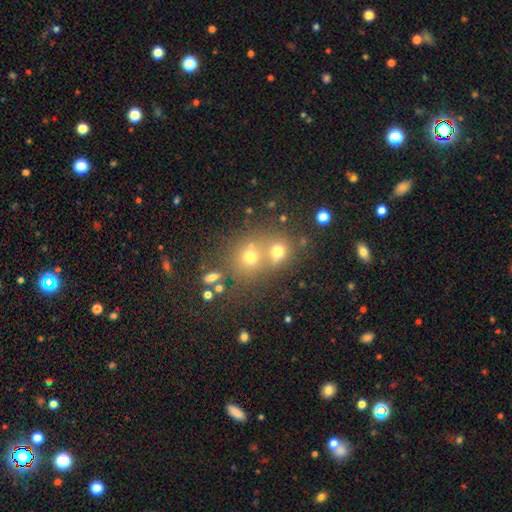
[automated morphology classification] smooth-or-featured: smooth: 57% | star or artifact: 28% | featured or disk: 15%
  how-rounded: round: 79% | in between: 20% | cigar-shaped: 1%
  merging: merger: 46% | none: 44% | minor disturbance: 6% | major disturbance: 3%